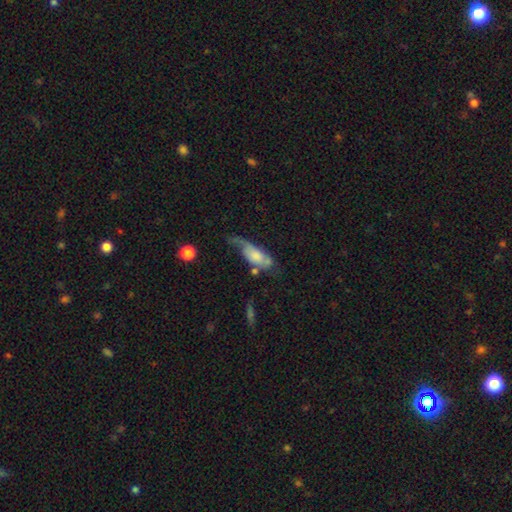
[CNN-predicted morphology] This is possibly a smooth galaxy (55%). How rounded: likely in between (78%). Merging: marginally major disturbance (36%).